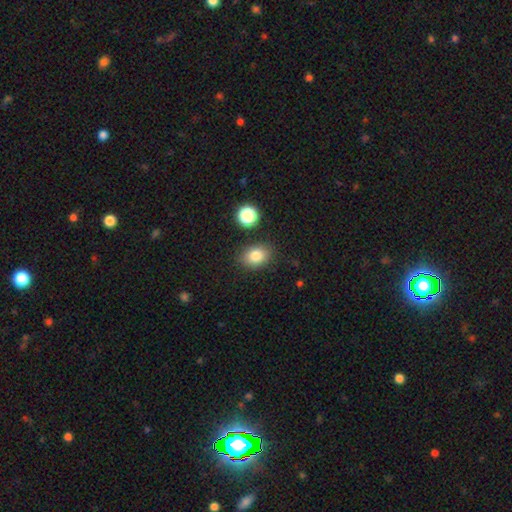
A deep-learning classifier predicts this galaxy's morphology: smooth-or-featured: smooth: 82% | star or artifact: 11% | featured or disk: 8%
  how-rounded: in between: 66% | round: 33% | cigar-shaped: 1%
  merging: none: 83% | minor disturbance: 11% | merger: 4% | major disturbance: 3%